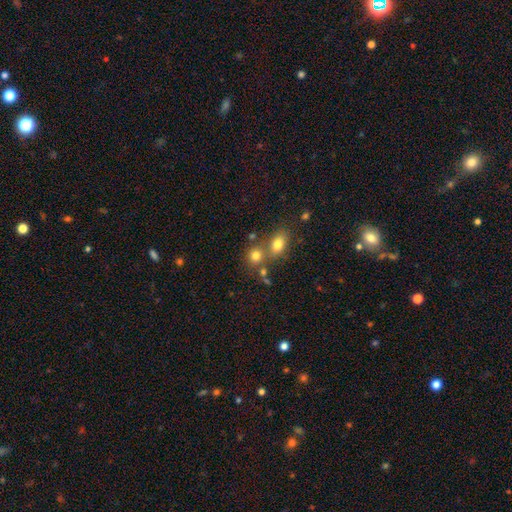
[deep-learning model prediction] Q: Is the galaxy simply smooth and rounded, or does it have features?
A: smooth — 76%.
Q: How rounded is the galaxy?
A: round — 74%.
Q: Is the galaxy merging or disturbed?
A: none — 53%.